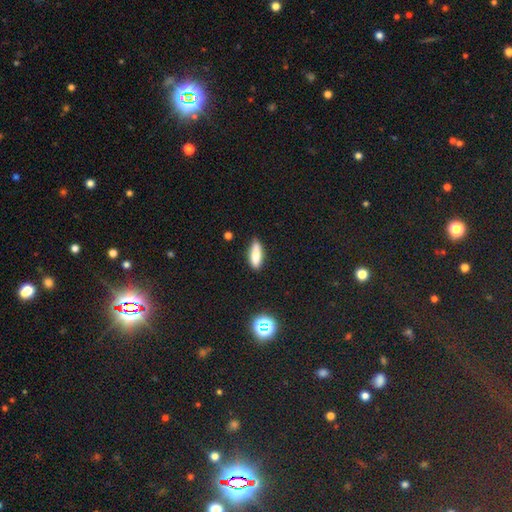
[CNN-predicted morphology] The model was most divided on "how rounded": in between: 54%, cigar-shaped: 44%, round: 2%. More confident: smooth or featured — smooth (79%); merging — none (73%).